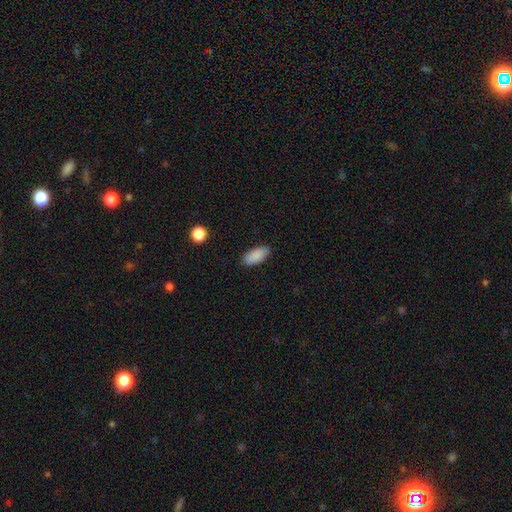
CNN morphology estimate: The model was most divided on "merging": none: 88%, minor disturbance: 9%, major disturbance: 2%, merger: 1%. More confident: how rounded — in between (91%); smooth or featured — smooth (89%).